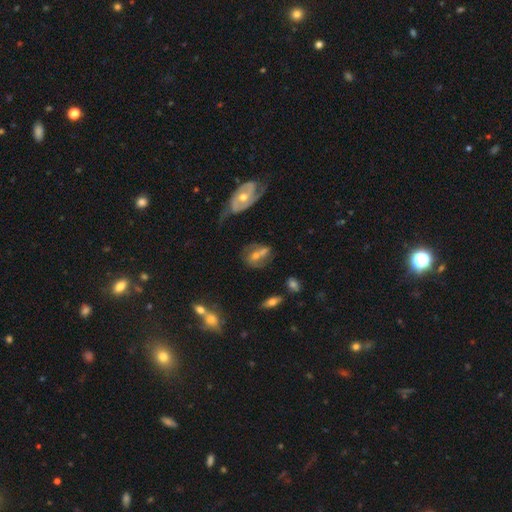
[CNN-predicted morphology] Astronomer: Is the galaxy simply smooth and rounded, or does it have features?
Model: featured or disk — 57%.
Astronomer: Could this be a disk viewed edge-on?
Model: no — 92%.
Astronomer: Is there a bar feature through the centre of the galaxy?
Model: no — 48% (runner-up: weak, 34%).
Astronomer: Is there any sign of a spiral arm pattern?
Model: yes — 70%.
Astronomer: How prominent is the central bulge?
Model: moderate — 56% (runner-up: small, 35%).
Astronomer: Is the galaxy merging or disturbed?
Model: none — 46%.